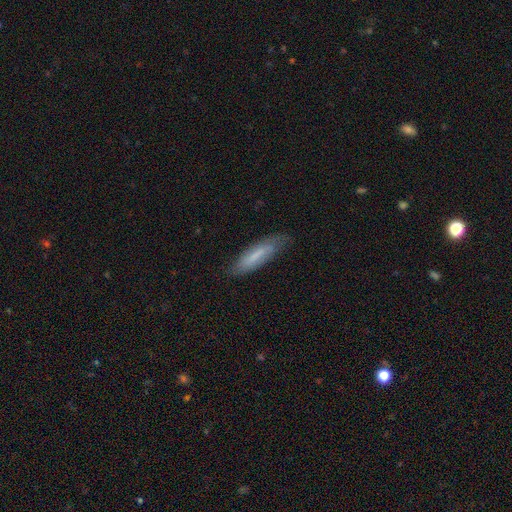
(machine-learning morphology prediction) smooth_or_featured: smooth (p=0.61) [alt: featured or disk p=0.32]
how_rounded: cigar-shaped (p=0.63) [alt: in between p=0.35]
merging: none (p=0.72) [alt: minor disturbance p=0.21]